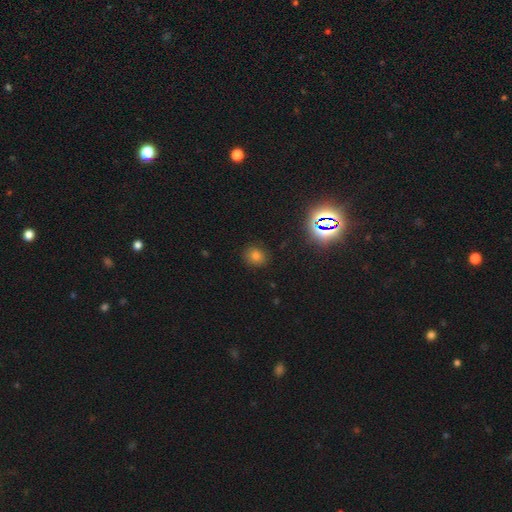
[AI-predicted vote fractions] A smooth galaxy with no disk features (73%) that is round (73%).

Vote fractions:
- Smooth or featured? smooth: 73% / star or artifact: 20% / featured or disk: 7%
- How rounded? round: 73% / in between: 25% / cigar-shaped: 1%
- Merging? none: 87% / minor disturbance: 9% / major disturbance: 3% / merger: 1%